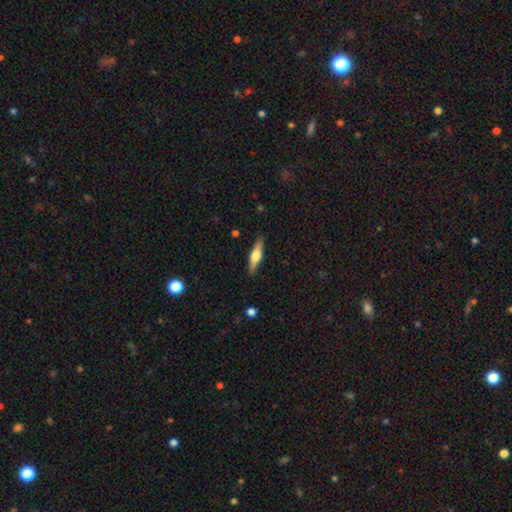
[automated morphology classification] featured or disk 54%, smooth 41%, star or artifact 6%. Down the decision tree: edge-on disk — yes (95%); edge-on bulge — rounded (90%); merging — none (89%).